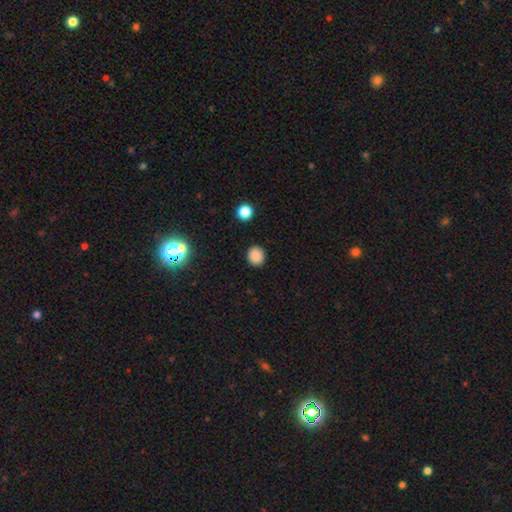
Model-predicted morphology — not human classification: This appears to be a smooth galaxy with no disk features (86%) that is round (87%). Merging: none (91%).